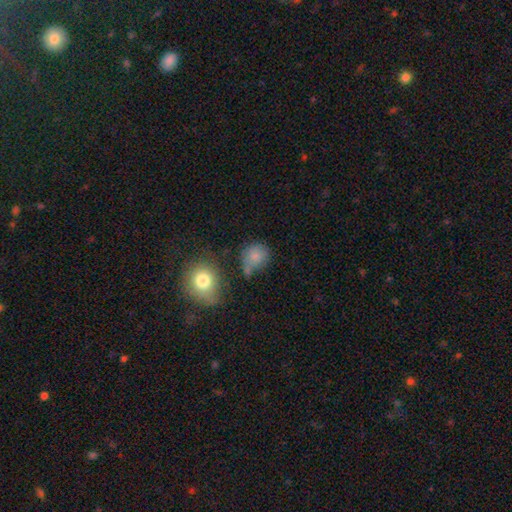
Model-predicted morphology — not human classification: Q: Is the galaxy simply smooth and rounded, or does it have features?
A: smooth — 79%.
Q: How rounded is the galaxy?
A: round — 71%.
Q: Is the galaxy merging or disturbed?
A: none — 48%.